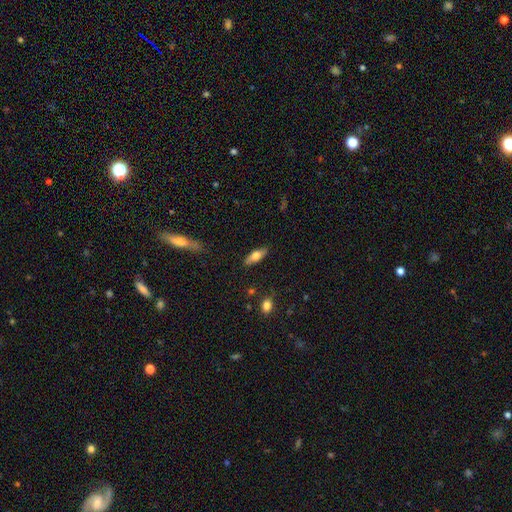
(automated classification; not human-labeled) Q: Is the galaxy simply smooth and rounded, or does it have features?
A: smooth — 64%.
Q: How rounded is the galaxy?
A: in between — 63%.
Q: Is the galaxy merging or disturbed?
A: none — 85%.